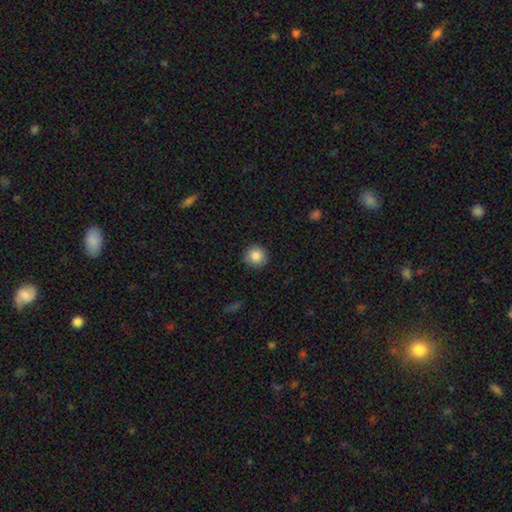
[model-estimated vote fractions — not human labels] smooth 85%, star or artifact 9%, featured or disk 6%. Down the decision tree: how rounded — round (94%); merging — none (89%).